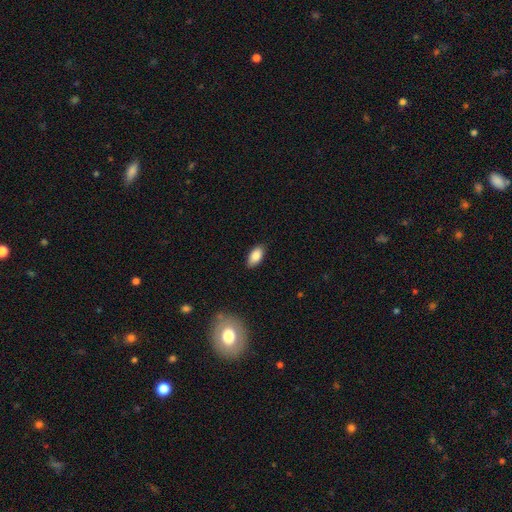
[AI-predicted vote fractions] A smooth galaxy with no disk features (87%) that is in between round and cigar-shaped (93%). Merging: none (84%).